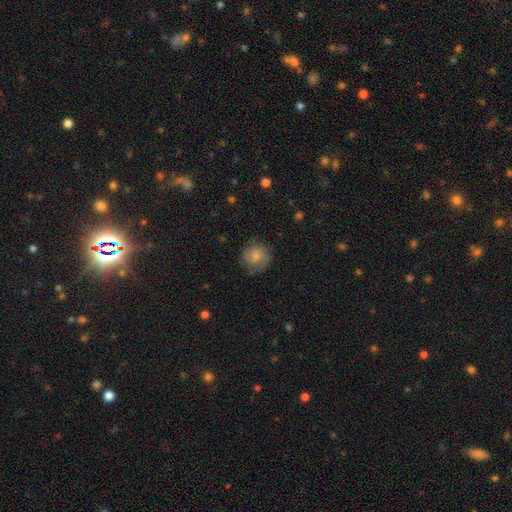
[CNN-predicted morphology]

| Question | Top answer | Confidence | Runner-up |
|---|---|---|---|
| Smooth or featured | smooth | 71% | featured or disk (20%) |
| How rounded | round | 90% | in between (9%) |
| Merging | none | 76% | minor disturbance (17%) |